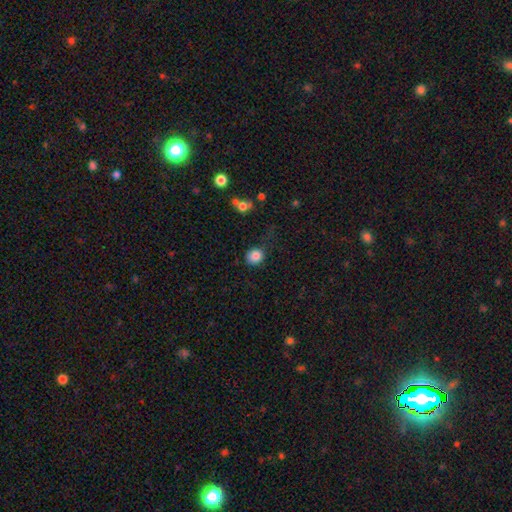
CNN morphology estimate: Smooth or featured: smooth — 83% (star or artifact — 10%)
How rounded: round — 83% (in between — 16%)
Merging: none — 66% (minor disturbance — 22%)